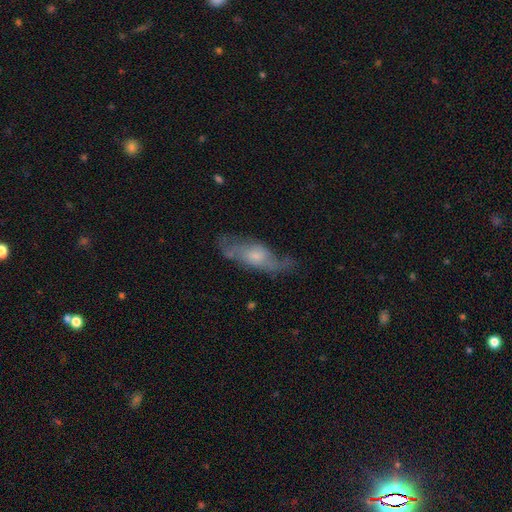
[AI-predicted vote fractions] A featured or disk galaxy (57%). Merging: none (55%).